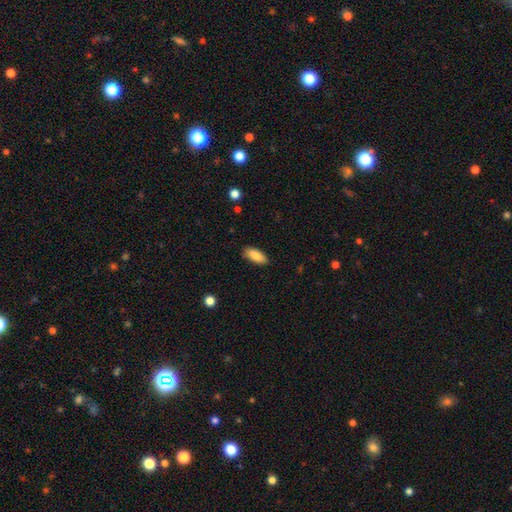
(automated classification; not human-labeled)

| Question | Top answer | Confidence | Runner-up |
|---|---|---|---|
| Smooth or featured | smooth | 86% | featured or disk (7%) |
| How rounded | in between | 84% | cigar-shaped (14%) |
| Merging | none | 87% | minor disturbance (10%) |